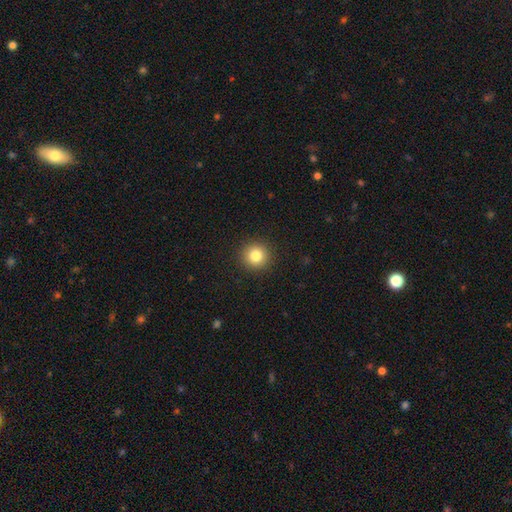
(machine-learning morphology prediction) smooth 83%, star or artifact 11%, featured or disk 6%. Down the decision tree: how rounded — round (95%); merging — none (92%).